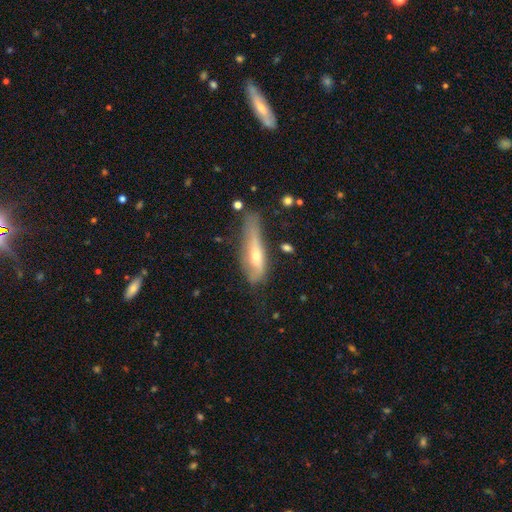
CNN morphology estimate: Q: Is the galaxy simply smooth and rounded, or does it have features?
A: featured or disk — 49%.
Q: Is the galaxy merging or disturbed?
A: none — 40%.